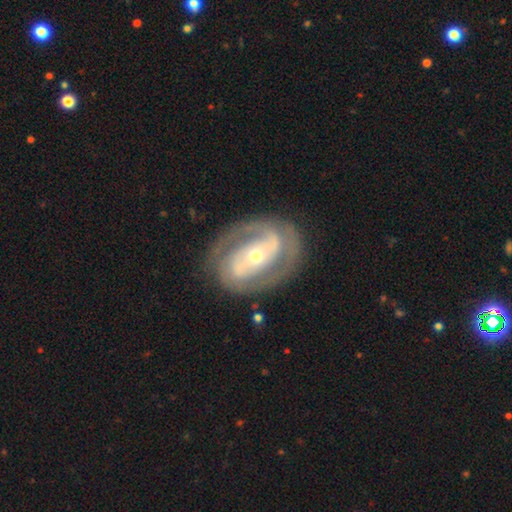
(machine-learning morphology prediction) Smooth or featured: featured or disk — 84% (smooth — 11%)
Edge-on disk: no — 95% (yes — 5%)
Bar: strong — 40% (no — 34%)
Spiral arms: yes — 85% (no — 15%)
Spiral winding: tight — 52% (medium — 36%)
Spiral arm count: 2 — 78% (can't tell — 11%)
Bulge size: small — 52% (moderate — 43%)
Merging: none — 79% (minor disturbance — 13%)